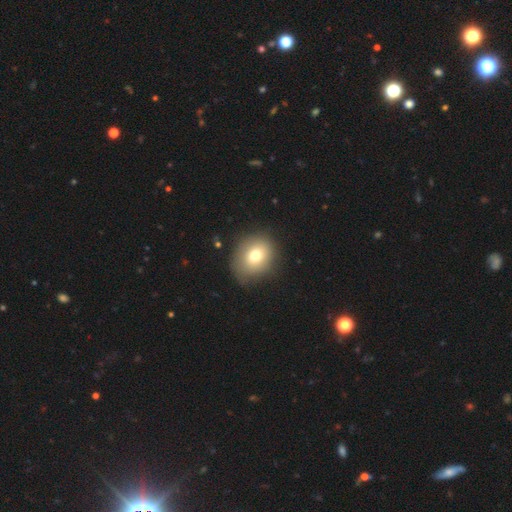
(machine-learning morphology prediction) Smooth or featured? smooth (75%)
How rounded? round (63%)
Merging? none (76%)